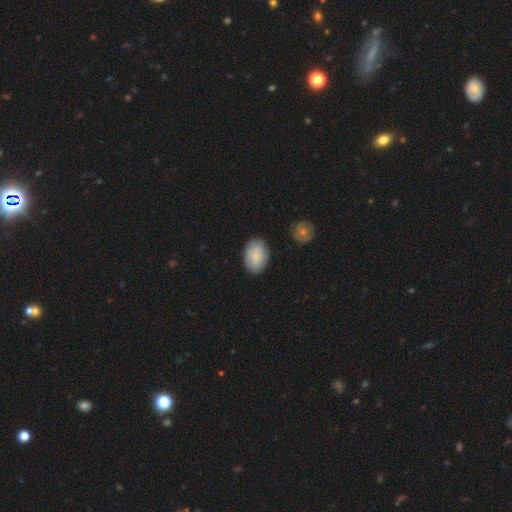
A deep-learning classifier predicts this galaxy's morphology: A smooth galaxy with no disk features (79%) that is in between round and cigar-shaped (85%).

Vote fractions:
- Smooth or featured? smooth: 79% / featured or disk: 14% / star or artifact: 6%
- How rounded? in between: 85% / round: 14% / cigar-shaped: 1%
- Merging? none: 83% / minor disturbance: 12% / major disturbance: 3% / merger: 2%